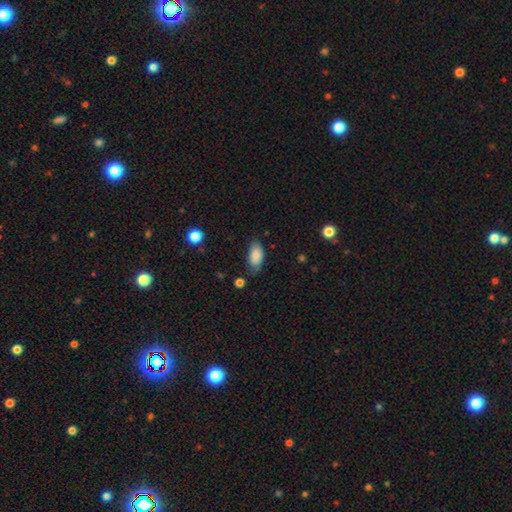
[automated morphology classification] smooth_or_featured: smooth (p=0.86) [alt: featured or disk p=0.07]
how_rounded: in between (p=0.92) [alt: cigar-shaped p=0.05]
merging: none (p=0.70) [alt: minor disturbance p=0.24]